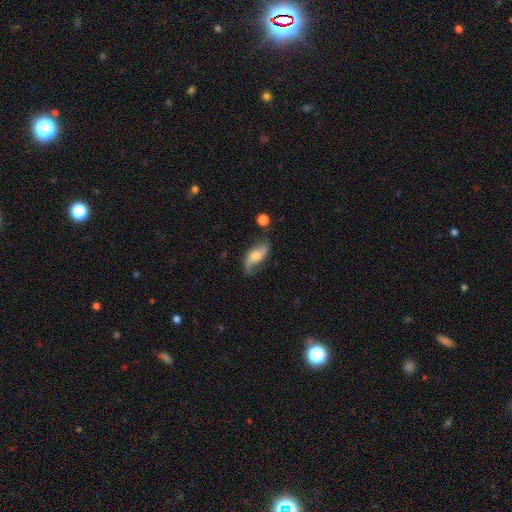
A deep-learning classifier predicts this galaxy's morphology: Smooth or featured? featured or disk (63%)
Edge-on disk? no (88%)
Bar? no (62%)
Spiral arms? yes (90%)
Bulge size? moderate (49%)
Merging? none (61%)